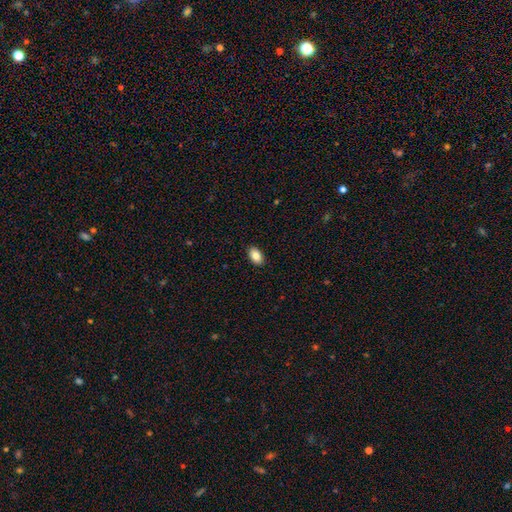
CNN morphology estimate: This is clearly a smooth galaxy (86%). How rounded: clearly in between (92%). Merging: clearly none (90%).